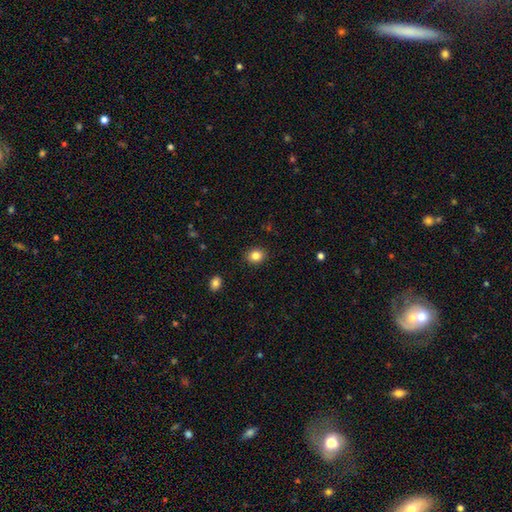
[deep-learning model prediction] smooth 84%, star or artifact 10%, featured or disk 6%. Down the decision tree: how rounded — round (62%); merging — none (90%).